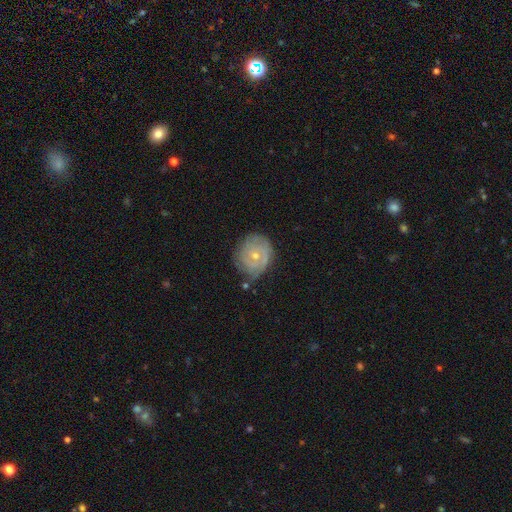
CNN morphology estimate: smooth_or_featured: featured or disk (p=0.75) [alt: smooth p=0.18]
disk_edge_on: no (p=0.97) [alt: yes p=0.03]
bar: no (p=0.73) [alt: weak p=0.23]
has_spiral_arms: yes (p=0.90) [alt: no p=0.10]
spiral_winding: tight (p=0.75) [alt: medium p=0.20]
spiral_arm_count: 2 (p=0.34) [alt: can't tell p=0.33]
bulge_size: small (p=0.56) [alt: moderate p=0.41]
merging: none (p=0.69) [alt: minor disturbance p=0.22]